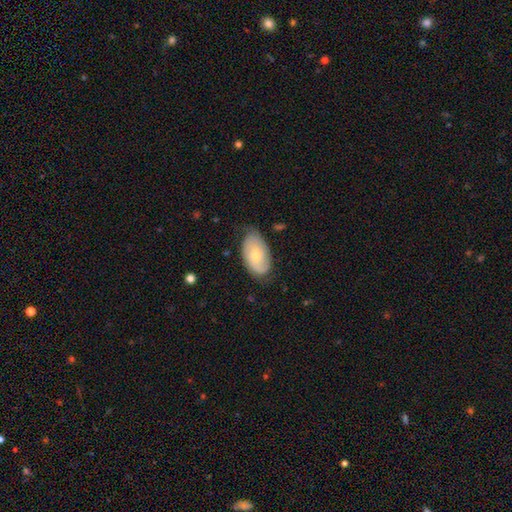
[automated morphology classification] The model was most divided on "smooth or featured": smooth: 54%, featured or disk: 40%, star or artifact: 6%. More confident: how rounded — in between (93%); merging — none (65%).